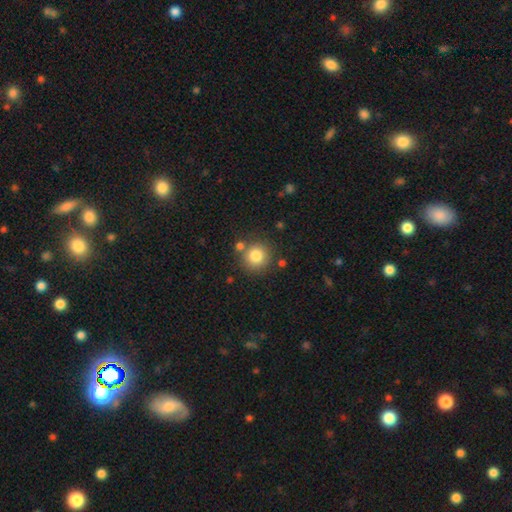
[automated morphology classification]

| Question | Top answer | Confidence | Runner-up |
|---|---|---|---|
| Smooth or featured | smooth | 82% | star or artifact (10%) |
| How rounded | round | 93% | in between (7%) |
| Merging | none | 79% | minor disturbance (9%) |